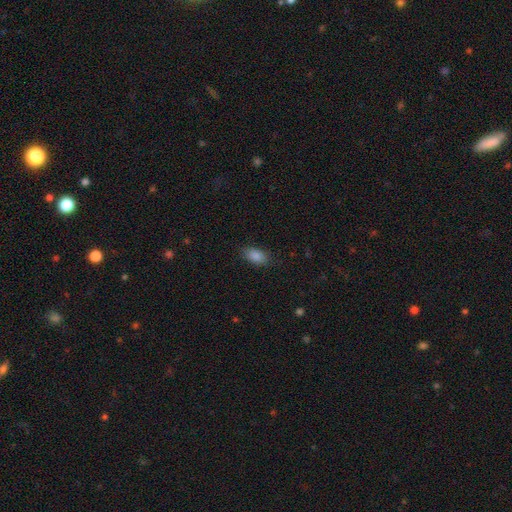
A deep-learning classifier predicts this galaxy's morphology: The model was most divided on "merging": none: 83%, minor disturbance: 12%, major disturbance: 3%, merger: 1%. More confident: how rounded — in between (91%); smooth or featured — smooth (87%).